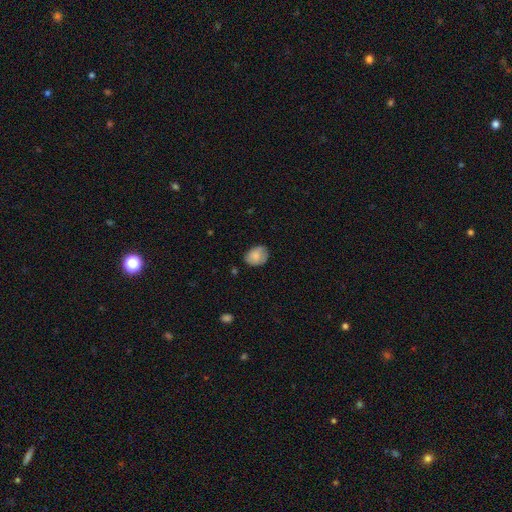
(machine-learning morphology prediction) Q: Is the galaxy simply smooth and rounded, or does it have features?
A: smooth — 81%.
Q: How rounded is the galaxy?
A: in between — 63%.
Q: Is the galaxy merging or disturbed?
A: none — 68%.